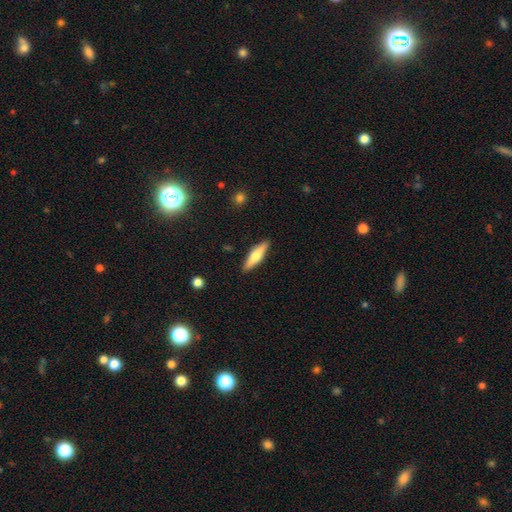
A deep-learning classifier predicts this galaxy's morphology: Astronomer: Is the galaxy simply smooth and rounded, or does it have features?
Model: smooth — 50% (runner-up: featured or disk, 44%).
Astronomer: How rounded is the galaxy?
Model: cigar-shaped — 70%.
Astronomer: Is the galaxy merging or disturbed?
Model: none — 90%.